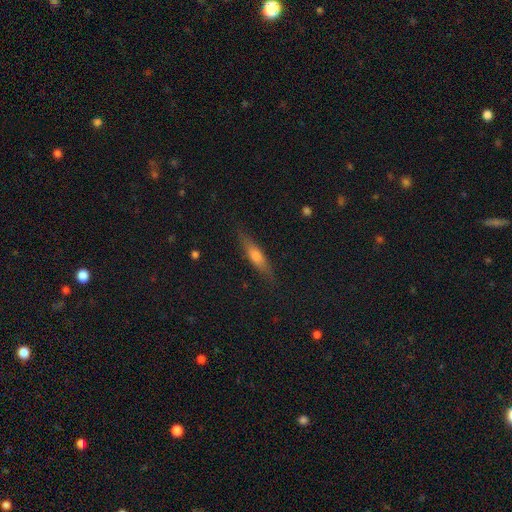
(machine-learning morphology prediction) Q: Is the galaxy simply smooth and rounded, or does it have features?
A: smooth — 46%.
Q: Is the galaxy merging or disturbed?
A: none — 85%.